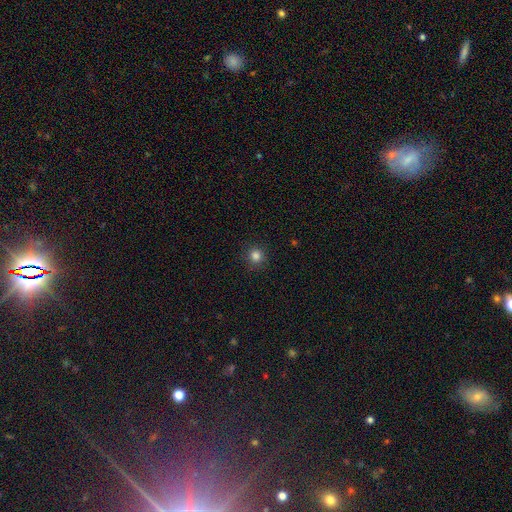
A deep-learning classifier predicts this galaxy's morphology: This is clearly a smooth galaxy (84%). How rounded: clearly round (93%). Merging: clearly none (90%).